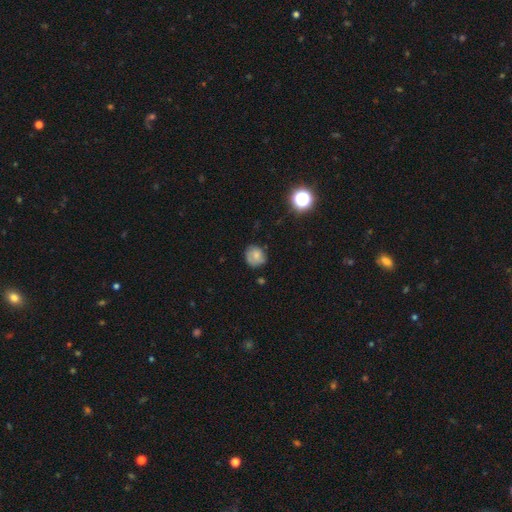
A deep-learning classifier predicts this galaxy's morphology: A smooth galaxy with no disk features (69%) that is round (81%). Merging: none (72%).